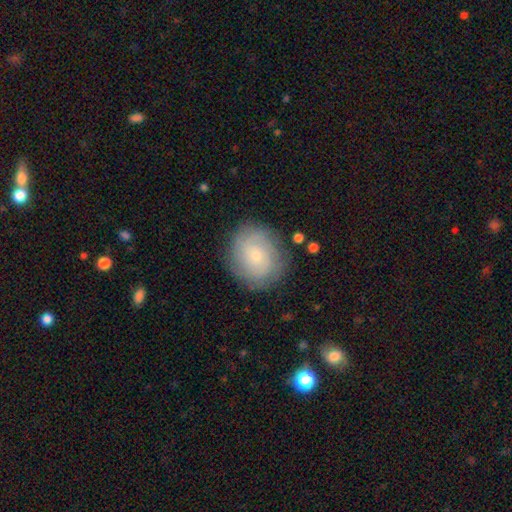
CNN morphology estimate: This is possibly a featured or disk galaxy (57%). It is clearly not viewed edge-on (97%). Bar: likely no (76%). Spiral arm pattern: clearly yes (87%). Central bulge: likely small (71%). Merging: clearly none (81%).